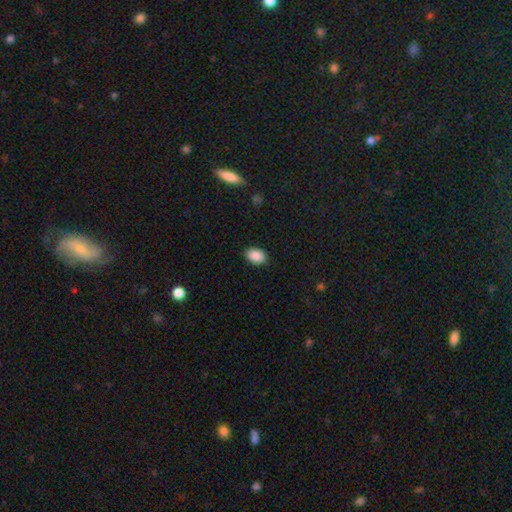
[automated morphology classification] The model was most divided on "how rounded": in between: 77%, round: 22%, cigar-shaped: 1%. More confident: smooth or featured — smooth (89%); merging — none (86%).